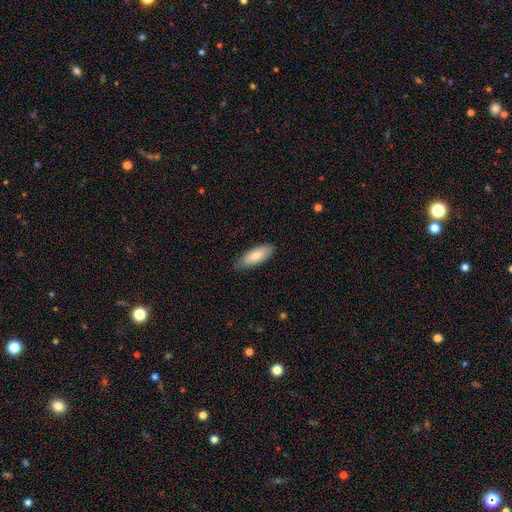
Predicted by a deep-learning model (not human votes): Smooth or featured? smooth (81%)
How rounded? in between (72%)
Merging? none (83%)